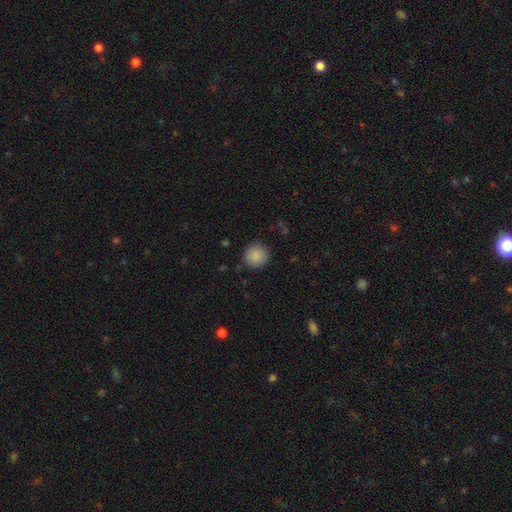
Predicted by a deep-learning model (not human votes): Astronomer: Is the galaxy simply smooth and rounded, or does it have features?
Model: smooth — 88%.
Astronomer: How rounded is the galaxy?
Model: round — 94%.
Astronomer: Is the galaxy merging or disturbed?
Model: none — 88%.